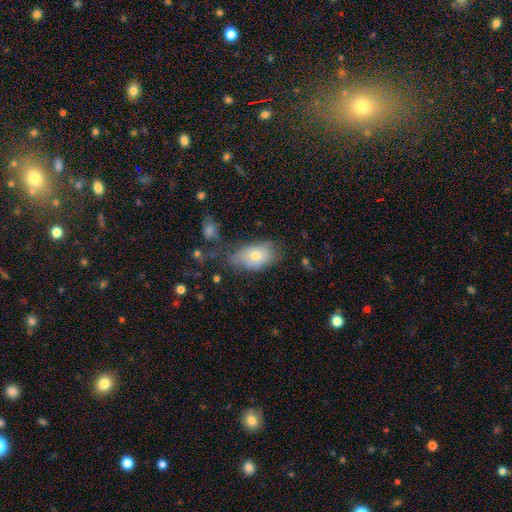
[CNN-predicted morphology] This appears to be a smooth galaxy with no disk features (68%) that is in between round and cigar-shaped (89%). Merging: none (47%).